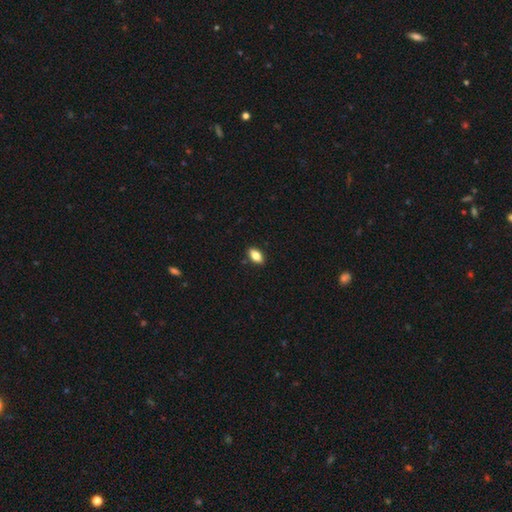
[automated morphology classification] type=smooth (81%); roundness=in between (90%); merging=none (88%).